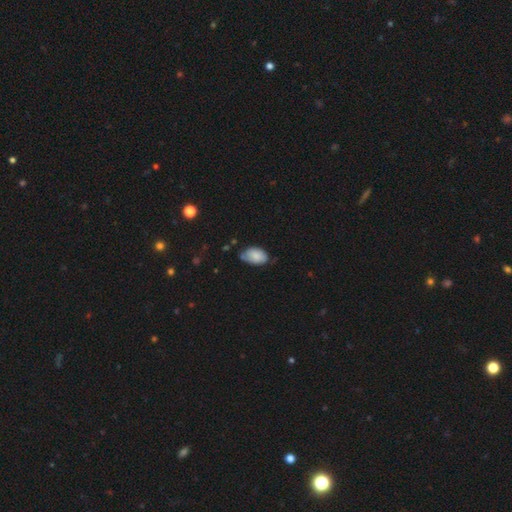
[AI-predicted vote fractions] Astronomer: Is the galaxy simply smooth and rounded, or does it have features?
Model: smooth — 77%.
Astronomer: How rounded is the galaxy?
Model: in between — 91%.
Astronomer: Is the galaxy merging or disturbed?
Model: none — 52% (runner-up: minor disturbance, 38%).